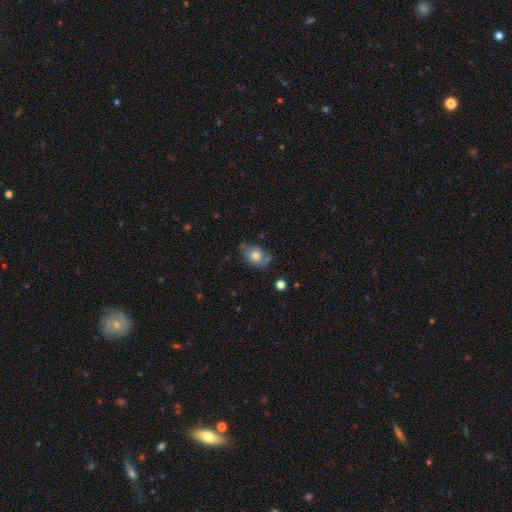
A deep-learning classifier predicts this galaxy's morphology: Smooth or featured? Predicted: smooth (p=0.67). How rounded? Predicted: in between (p=0.70). Merging? Predicted: none (p=0.57).